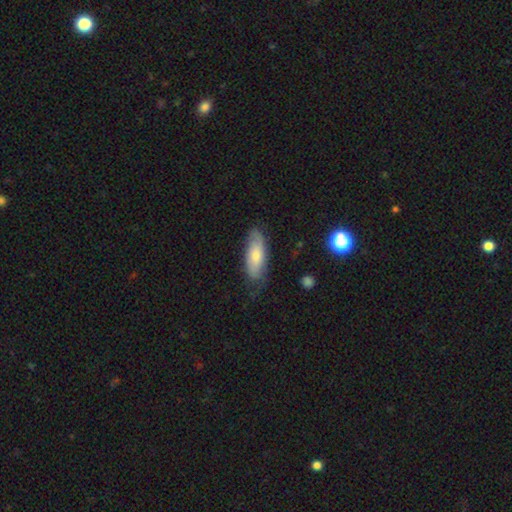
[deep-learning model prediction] This appears to be a smooth galaxy with no disk features (62%) that is in between round and cigar-shaped (72%). Merging: none (69%).